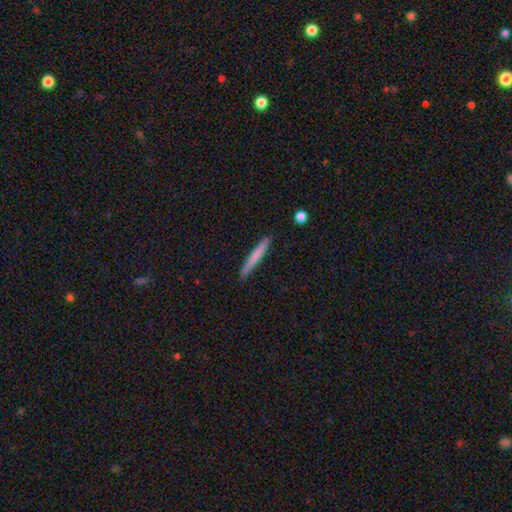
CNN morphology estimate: Overall: smooth (68%). How rounded: cigar-shaped (97%). Merging: none (91%).